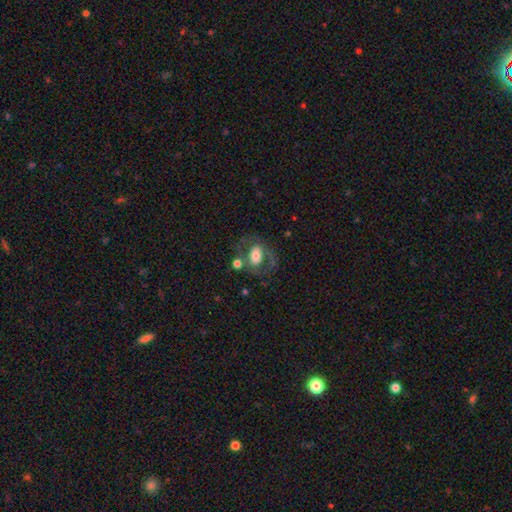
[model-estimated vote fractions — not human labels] The model was most divided on "smooth or featured": smooth: 48%, featured or disk: 43%, star or artifact: 9%. More confident: merging — none (52%).